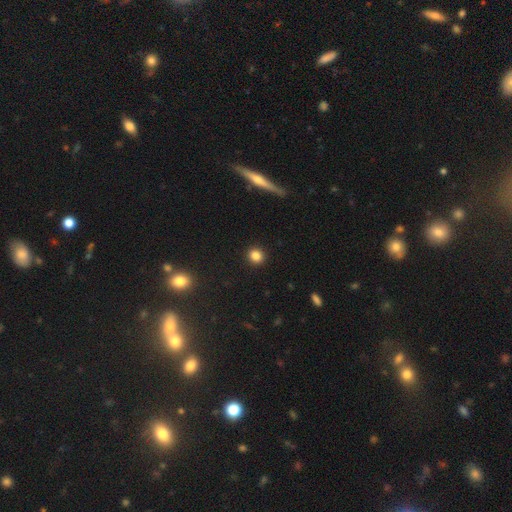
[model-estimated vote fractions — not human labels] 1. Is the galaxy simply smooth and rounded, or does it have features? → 85% smooth, 11% star or artifact, 5% featured or disk.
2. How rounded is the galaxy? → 89% round, 10% in between, 1% cigar-shaped.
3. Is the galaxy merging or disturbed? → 92% none, 5% minor disturbance, 2% major disturbance, 1% merger.